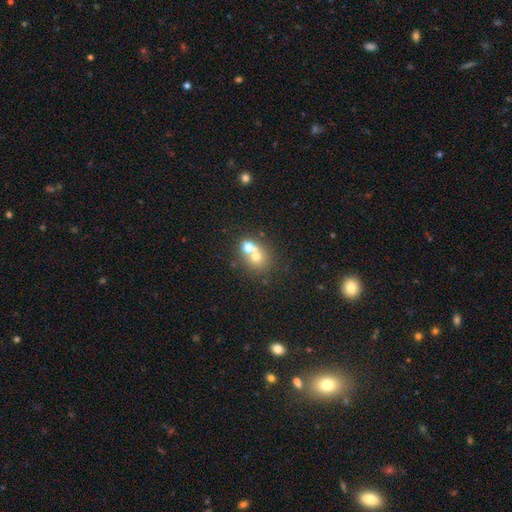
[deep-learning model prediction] This appears to be a smooth galaxy with no disk features (63%) that is round (78%). Merging: merger (48%).